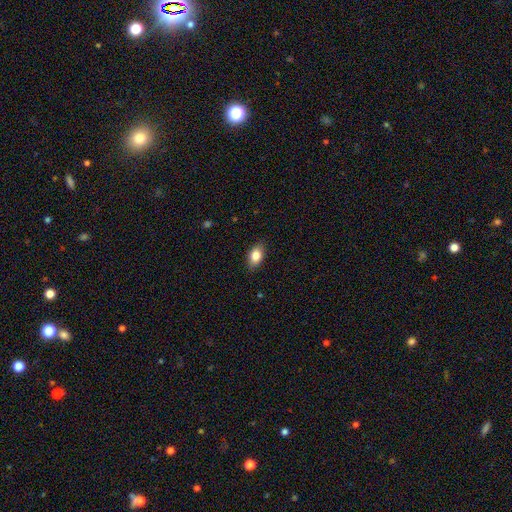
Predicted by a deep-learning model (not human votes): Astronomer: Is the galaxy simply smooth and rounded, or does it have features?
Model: smooth — 83%.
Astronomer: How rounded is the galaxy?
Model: in between — 88%.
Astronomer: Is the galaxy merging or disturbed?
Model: none — 86%.